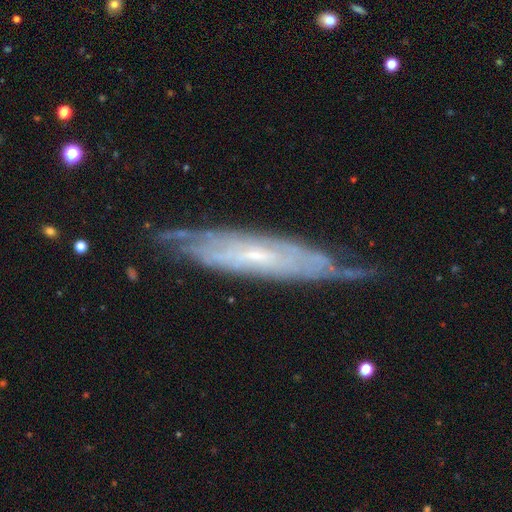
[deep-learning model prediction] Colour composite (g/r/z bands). It shows a featured or disk galaxy (79%). Merging: none (66%).